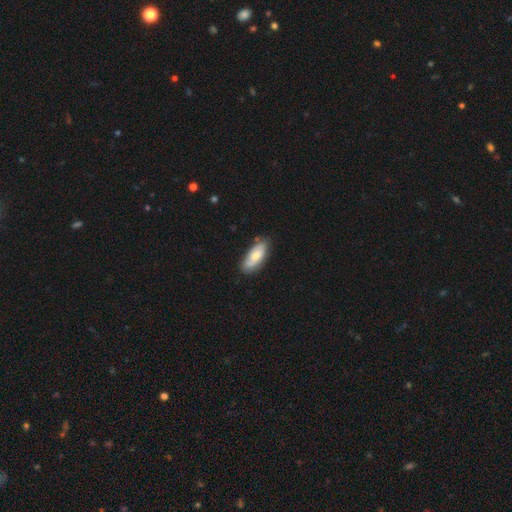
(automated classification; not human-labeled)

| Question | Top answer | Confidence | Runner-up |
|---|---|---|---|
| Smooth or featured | smooth | 63% | featured or disk (31%) |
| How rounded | in between | 80% | cigar-shaped (18%) |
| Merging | none | 73% | minor disturbance (20%) |